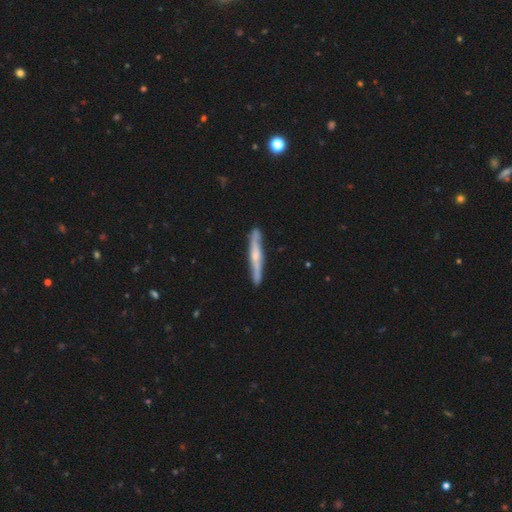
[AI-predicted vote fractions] Morphology: type=featured or disk (62%); edge-on=yes (93%); edge-on bulge=rounded (65%); merging=none (86%).